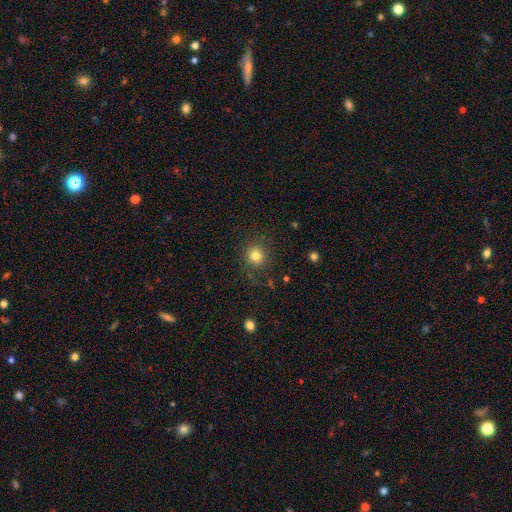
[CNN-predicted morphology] A smooth galaxy with no disk features (81%) that is round (92%). Merging: none (87%).